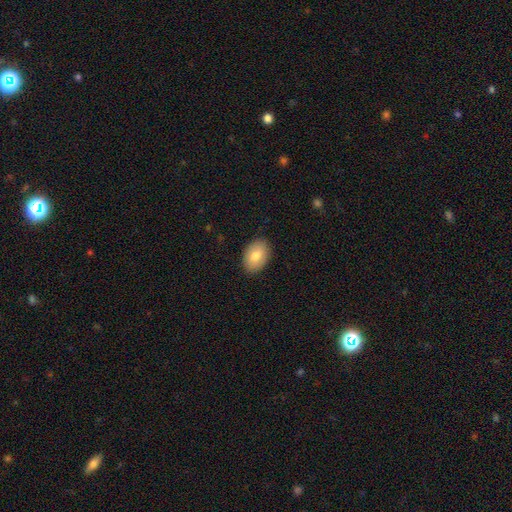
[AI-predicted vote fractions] Q: Smooth or featured?
A: smooth (80%); runner-up: featured or disk (13%)
Q: How rounded?
A: in between (87%); runner-up: round (12%)
Q: Merging?
A: none (88%); runner-up: minor disturbance (9%)